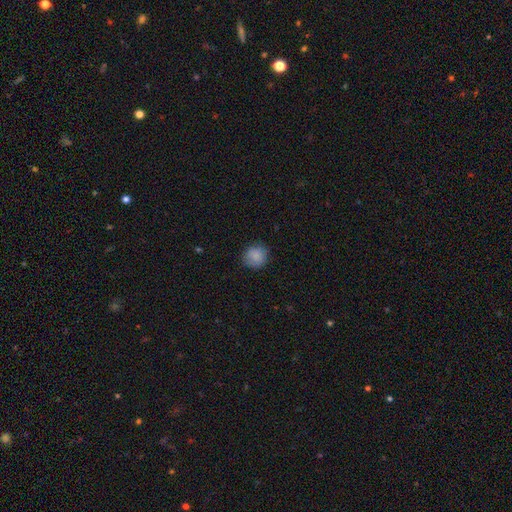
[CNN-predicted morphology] This is clearly a smooth galaxy (87%). How rounded: clearly round (88%). Merging: clearly none (82%).